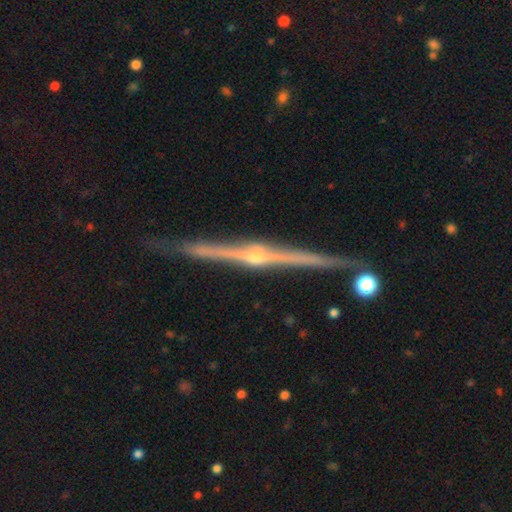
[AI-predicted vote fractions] Smooth or featured? featured or disk (91%)
Edge-on disk? yes (99%)
Edge-on bulge? rounded (90%)
Merging? none (89%)